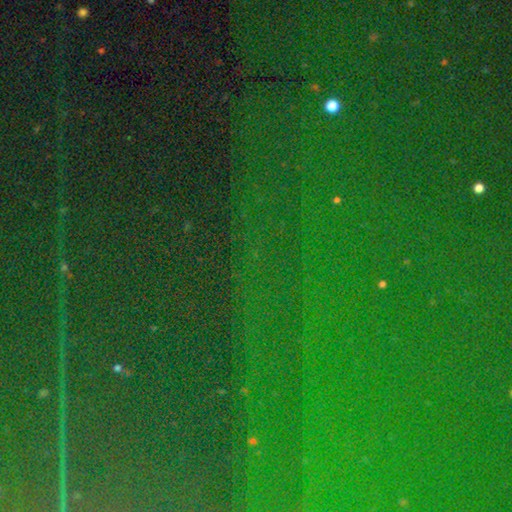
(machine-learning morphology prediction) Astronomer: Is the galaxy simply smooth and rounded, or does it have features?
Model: star or artifact — 85%.